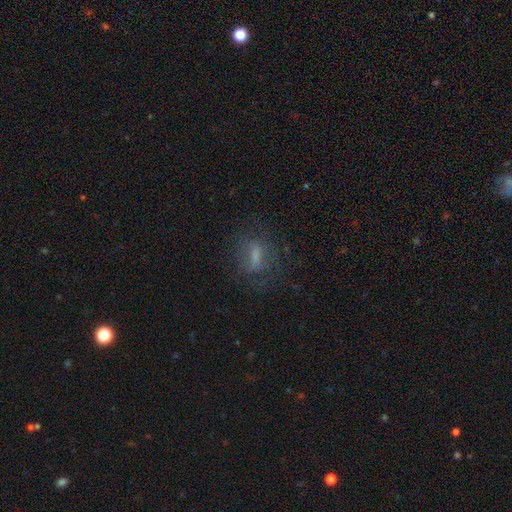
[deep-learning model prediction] Smooth or featured? smooth (52%)
How rounded? in between (55%)
Merging? none (67%)